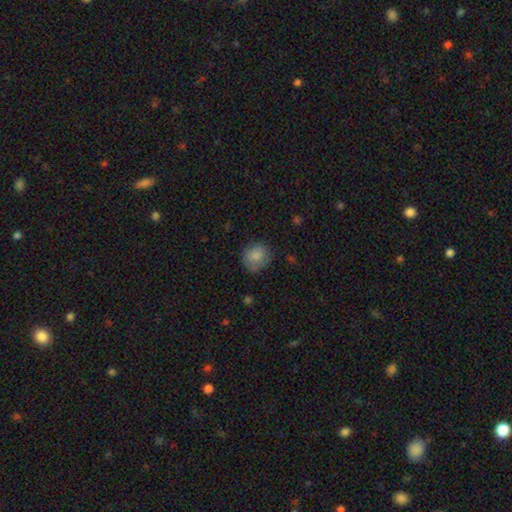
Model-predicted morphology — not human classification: A smooth galaxy with no disk features (83%) that is round (80%).

Vote fractions:
- Smooth or featured? smooth: 83% / featured or disk: 9% / star or artifact: 8%
- How rounded? round: 80% / in between: 19% / cigar-shaped: 1%
- Merging? none: 75% / minor disturbance: 19% / major disturbance: 5% / merger: 1%